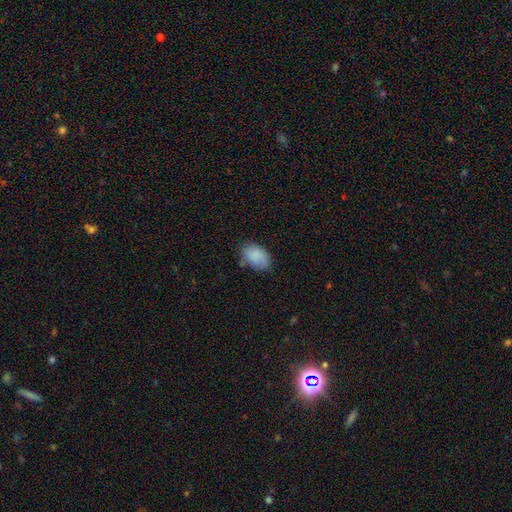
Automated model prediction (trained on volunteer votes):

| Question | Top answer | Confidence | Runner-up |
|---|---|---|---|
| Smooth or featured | smooth | 85% | featured or disk (8%) |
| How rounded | in between | 88% | round (11%) |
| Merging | none | 69% | minor disturbance (23%) |